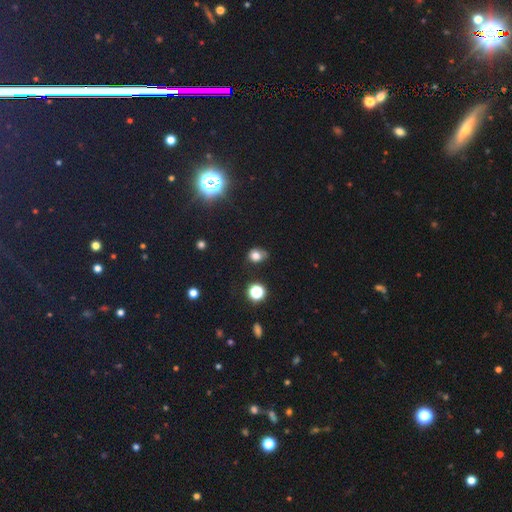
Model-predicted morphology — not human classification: Q: Smooth or featured?
A: smooth (75%); runner-up: star or artifact (16%)
Q: How rounded?
A: round (58%); runner-up: in between (41%)
Q: Merging?
A: none (58%); runner-up: minor disturbance (29%)